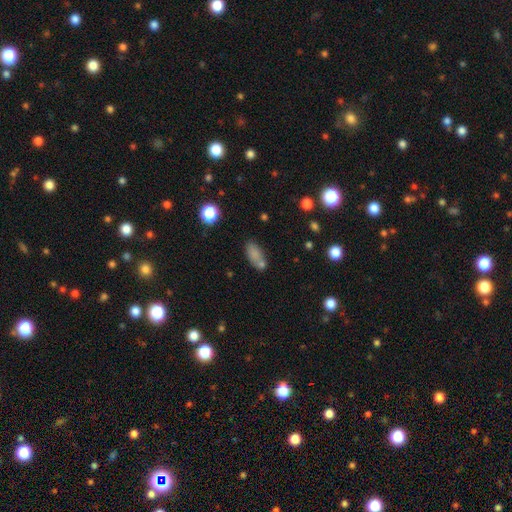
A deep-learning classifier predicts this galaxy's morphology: A smooth galaxy with no disk features (77%) that is in between round and cigar-shaped (84%).

Vote fractions:
- Smooth or featured? smooth: 77% / star or artifact: 13% / featured or disk: 10%
- How rounded? in between: 84% / cigar-shaped: 10% / round: 6%
- Merging? none: 56% / merger: 24% / minor disturbance: 15% / major disturbance: 6%